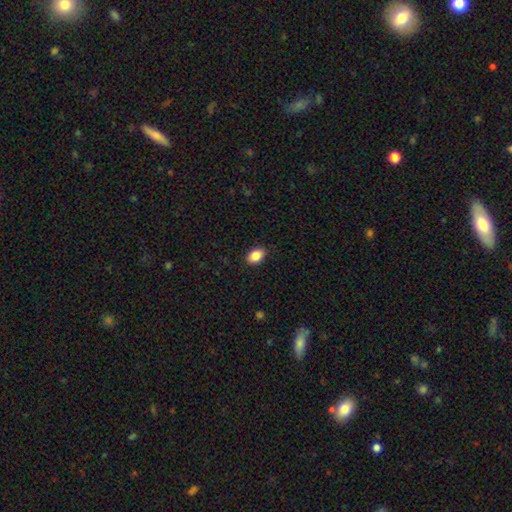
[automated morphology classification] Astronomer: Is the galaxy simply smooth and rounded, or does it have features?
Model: smooth — 88%.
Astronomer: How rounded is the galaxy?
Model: in between — 82%.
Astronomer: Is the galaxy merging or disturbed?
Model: none — 88%.